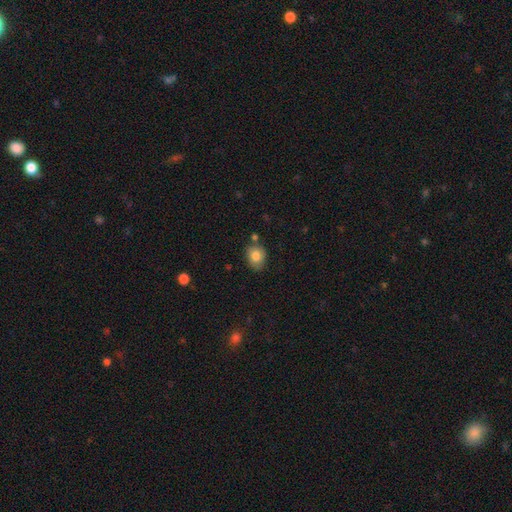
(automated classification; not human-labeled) Smooth or featured?
  - smooth: 81% *
  - featured or disk: 11%
  - star or artifact: 9%
How rounded?
  - in between: 54% *
  - round: 45%
  - cigar-shaped: 1%
Merging?
  - none: 72% *
  - minor disturbance: 18%
  - merger: 7%
  - major disturbance: 4%